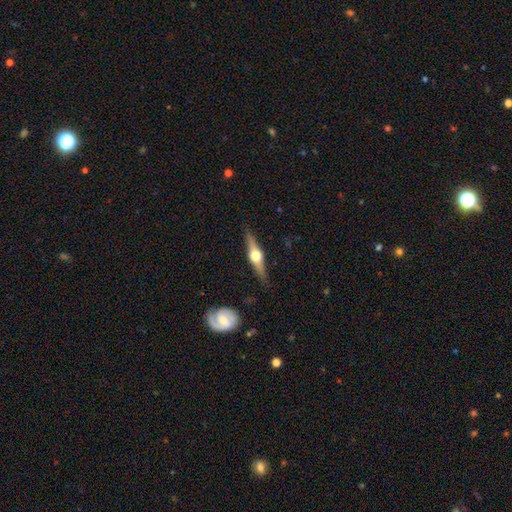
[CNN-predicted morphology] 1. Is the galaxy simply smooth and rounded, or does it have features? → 75% featured or disk, 20% smooth, 5% star or artifact.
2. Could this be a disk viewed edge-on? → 97% yes, 3% no.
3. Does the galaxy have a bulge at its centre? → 96% rounded, 3% boxy, 1% none.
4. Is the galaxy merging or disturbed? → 86% none, 10% minor disturbance, 2% major disturbance, 1% merger.